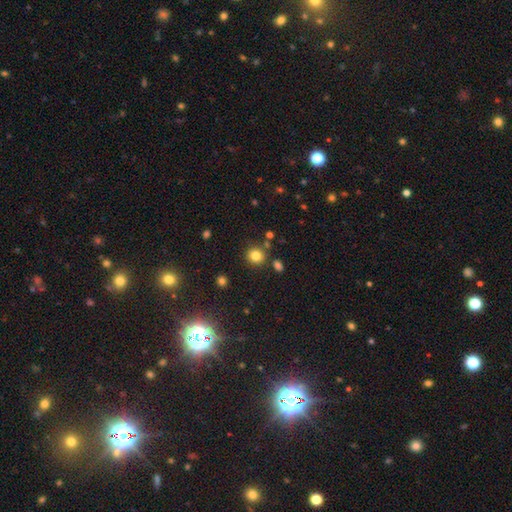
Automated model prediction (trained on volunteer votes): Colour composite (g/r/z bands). It shows a smooth galaxy with no disk features (82%) that is round (87%). Merging: none (83%).